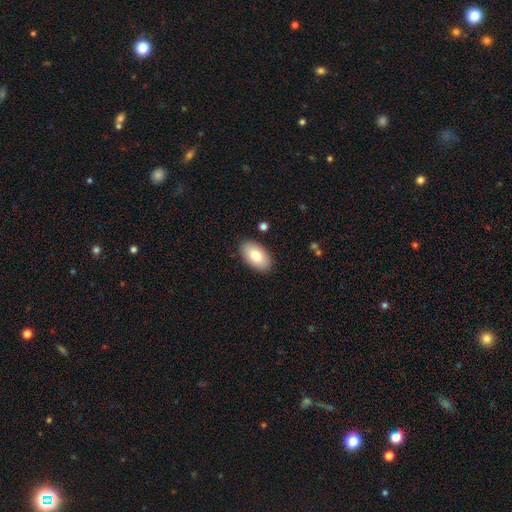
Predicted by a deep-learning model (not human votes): A smooth galaxy with no disk features (85%) that is in between round and cigar-shaped (95%).

Vote fractions:
- Smooth or featured? smooth: 85% / featured or disk: 10% / star or artifact: 6%
- How rounded? in between: 95% / round: 3% / cigar-shaped: 1%
- Merging? none: 87% / minor disturbance: 9% / major disturbance: 2% / merger: 1%